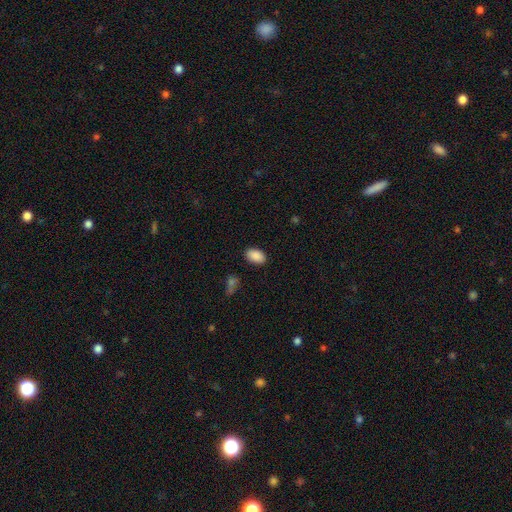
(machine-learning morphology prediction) The model was most divided on "merging": none: 87%, minor disturbance: 9%, major disturbance: 3%, merger: 2%. More confident: how rounded — in between (92%); smooth or featured — smooth (89%).